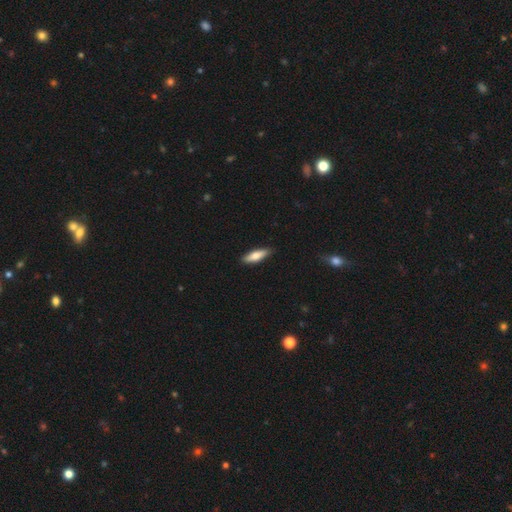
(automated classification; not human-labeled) smooth_or_featured: smooth (p=0.72) [alt: featured or disk p=0.23]
how_rounded: cigar-shaped (p=0.57) [alt: in between p=0.41]
merging: none (p=0.87) [alt: minor disturbance p=0.10]